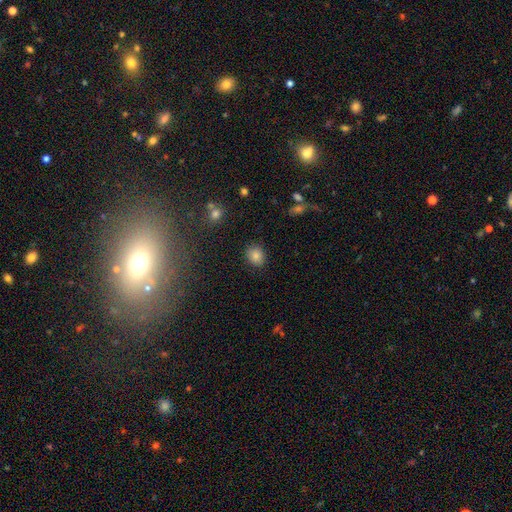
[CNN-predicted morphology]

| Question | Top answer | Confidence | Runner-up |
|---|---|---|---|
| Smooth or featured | smooth | 83% | star or artifact (10%) |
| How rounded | round | 61% | in between (38%) |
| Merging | none | 86% | minor disturbance (10%) |